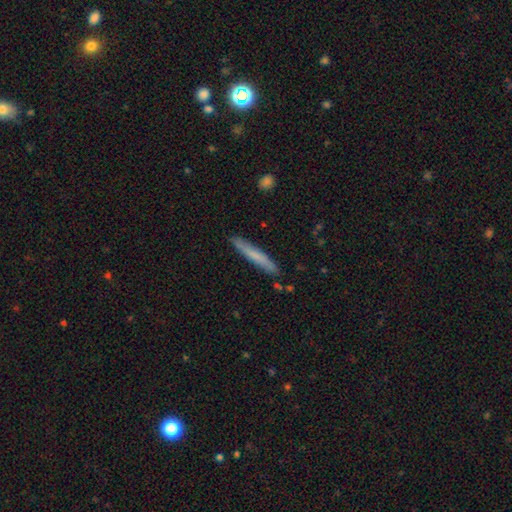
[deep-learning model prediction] Q: Smooth or featured?
A: smooth (66%); runner-up: featured or disk (29%)
Q: How rounded?
A: cigar-shaped (96%); runner-up: in between (3%)
Q: Merging?
A: none (87%); runner-up: minor disturbance (9%)